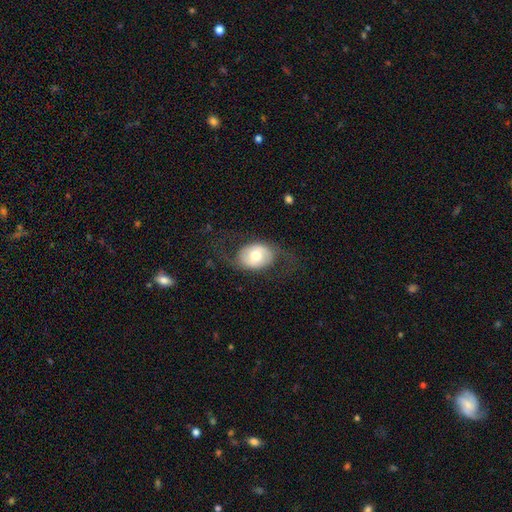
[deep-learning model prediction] Morphology: type=smooth (49%); merging=none (66%).